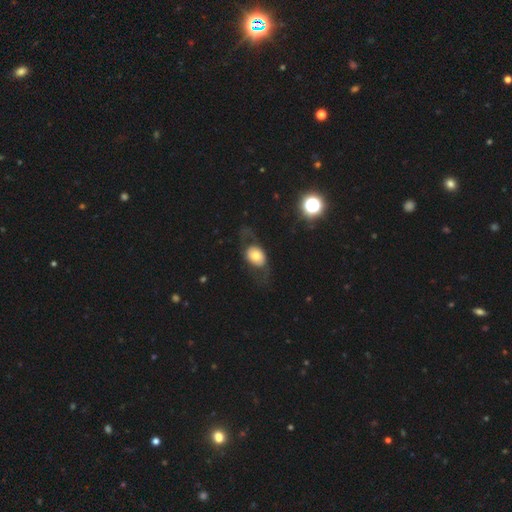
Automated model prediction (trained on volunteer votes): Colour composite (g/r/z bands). It shows a smooth galaxy with no disk features (50%) that is in between round and cigar-shaped (63%). Merging: none (55%).